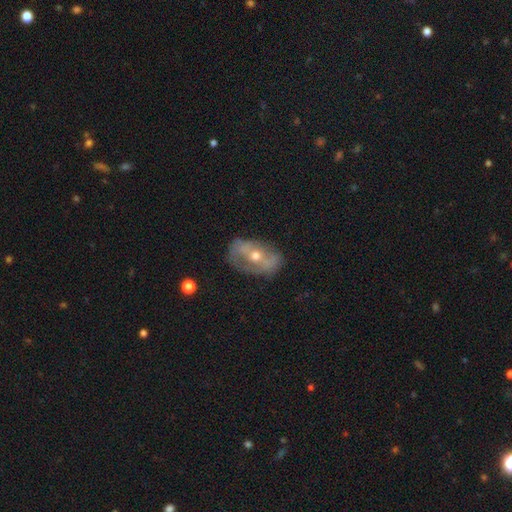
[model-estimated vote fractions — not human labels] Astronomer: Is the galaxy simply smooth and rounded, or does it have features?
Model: featured or disk — 68%.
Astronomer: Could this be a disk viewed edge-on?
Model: no — 90%.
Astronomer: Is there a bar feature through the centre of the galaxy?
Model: no — 44% (runner-up: weak, 28%).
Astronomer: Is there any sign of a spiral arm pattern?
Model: no — 53% (runner-up: yes, 47%).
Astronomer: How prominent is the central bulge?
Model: moderate — 61%.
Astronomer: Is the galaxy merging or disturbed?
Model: none — 62%.